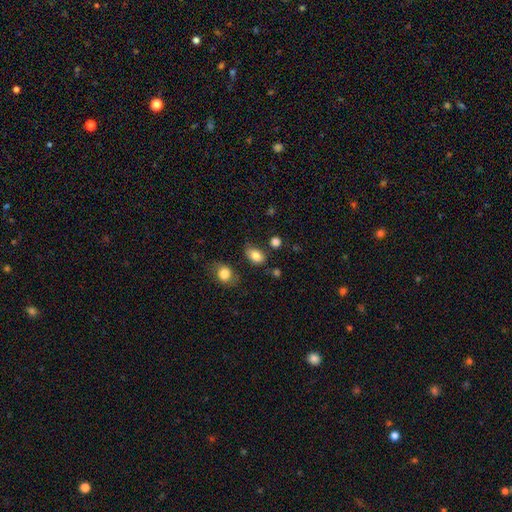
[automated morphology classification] Smooth or featured? Predicted: smooth (p=0.84). How rounded? Predicted: in between (p=0.79). Merging? Predicted: none (p=0.72).